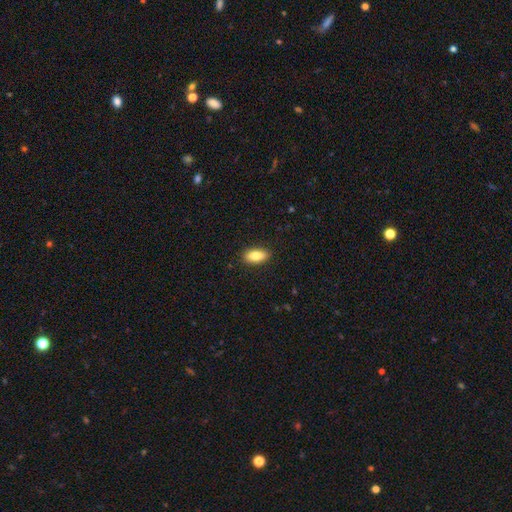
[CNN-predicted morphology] The model was most divided on "how rounded": in between: 85%, cigar-shaped: 12%, round: 3%. More confident: merging — none (89%); smooth or featured — smooth (85%).